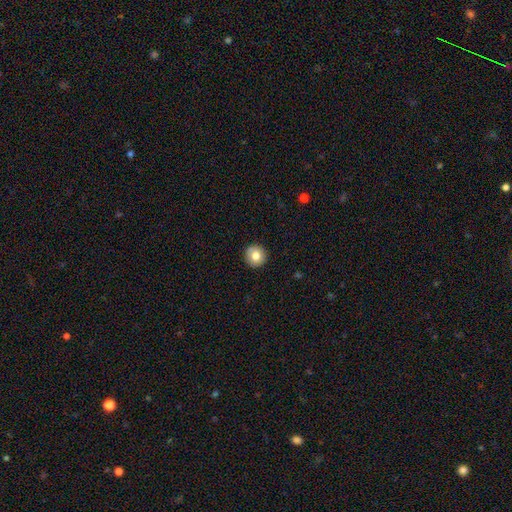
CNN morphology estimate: A smooth galaxy with no disk features (80%) that is round (96%).

Vote fractions:
- Smooth or featured? smooth: 80% / featured or disk: 11% / star or artifact: 9%
- How rounded? round: 96% / in between: 4% / cigar-shaped: 1%
- Merging? none: 92% / minor disturbance: 6% / major disturbance: 2% / merger: 1%